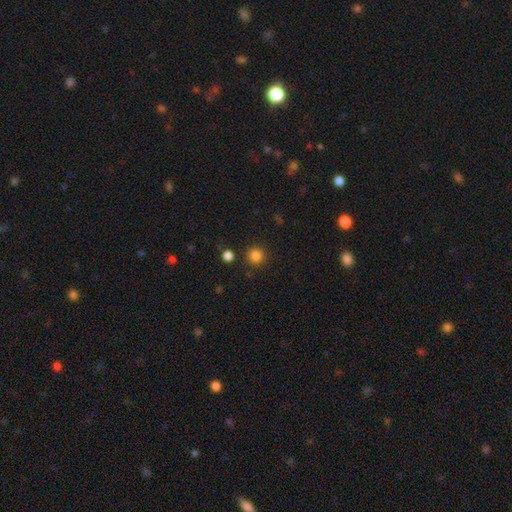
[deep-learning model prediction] Q: Smooth or featured?
A: smooth (83%); runner-up: star or artifact (13%)
Q: How rounded?
A: round (94%); runner-up: in between (5%)
Q: Merging?
A: none (88%); runner-up: minor disturbance (6%)